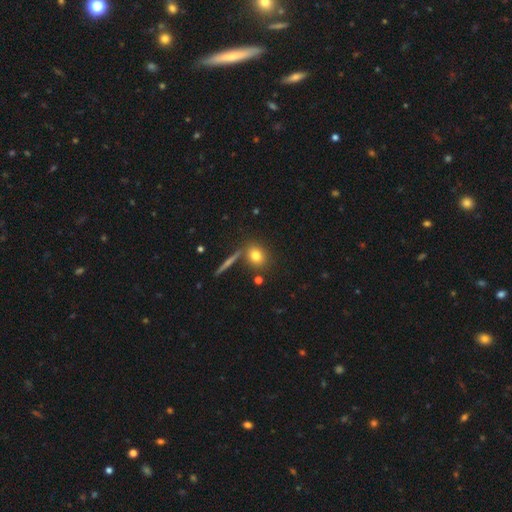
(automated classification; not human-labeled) Morphology: type=smooth (77%); roundness=round (65%); merging=none (76%).